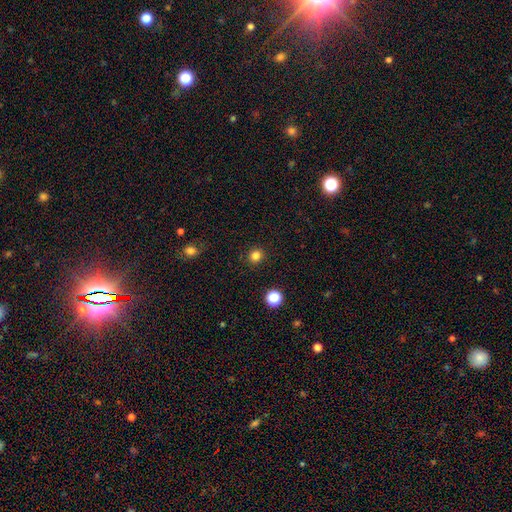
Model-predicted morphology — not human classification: This appears to be a smooth galaxy with no disk features (83%) that is round (88%). Merging: none (91%).